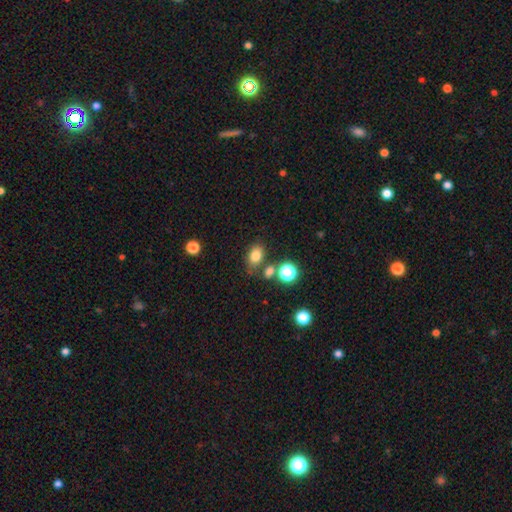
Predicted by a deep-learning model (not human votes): A smooth galaxy with no disk features (78%) that is in between round and cigar-shaped (71%). Merging: none (67%).